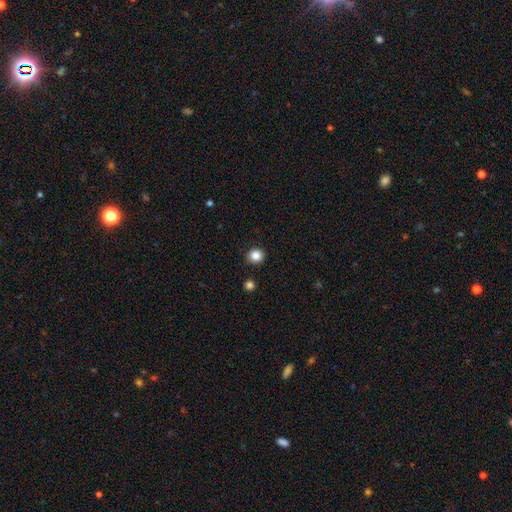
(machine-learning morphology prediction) Smooth or featured: smooth — 85% (star or artifact — 11%)
How rounded: round — 90% (in between — 9%)
Merging: none — 91% (minor disturbance — 5%)